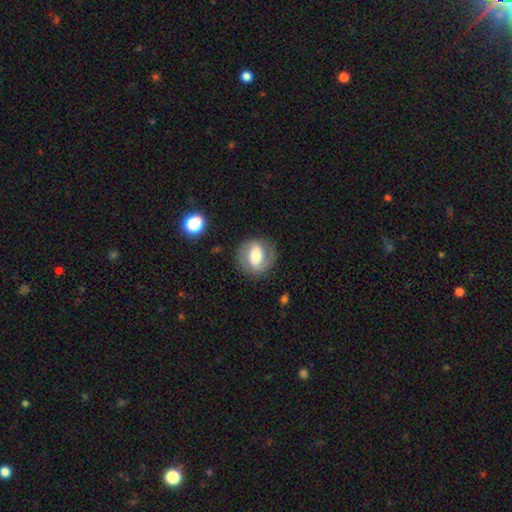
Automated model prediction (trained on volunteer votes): A featured or disk galaxy (64%) with a weak bar (40%), spiral arms (81%) and a moderate central bulge (63%).

Vote fractions:
- Smooth or featured? featured or disk: 64% / smooth: 29% / star or artifact: 7%
- Edge-on disk? no: 96% / yes: 4%
- Bar? weak: 40% / strong: 35% / no: 25%
- Spiral arms? yes: 81% / no: 19%
- Bulge size? moderate: 63% / small: 18% / large: 16% / dominant: 2% / none: 1%
- Merging? none: 80% / minor disturbance: 13% / major disturbance: 6% / merger: 2%